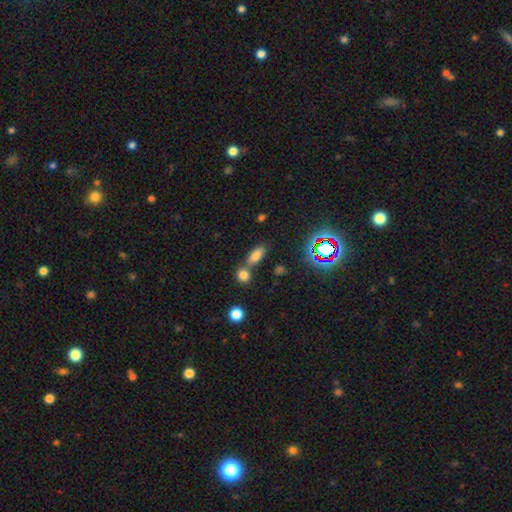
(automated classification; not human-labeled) Morphology: type=smooth (73%); roundness=in between (77%); merging=none (57%).